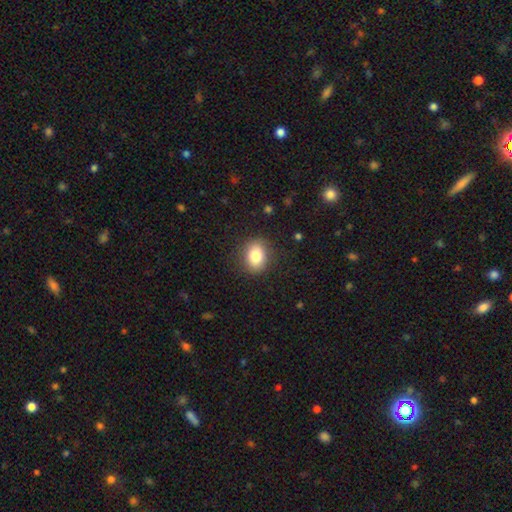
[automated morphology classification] Q: Smooth or featured?
A: smooth (82%); runner-up: star or artifact (9%)
Q: How rounded?
A: in between (52%); runner-up: round (46%)
Q: Merging?
A: none (85%); runner-up: minor disturbance (10%)